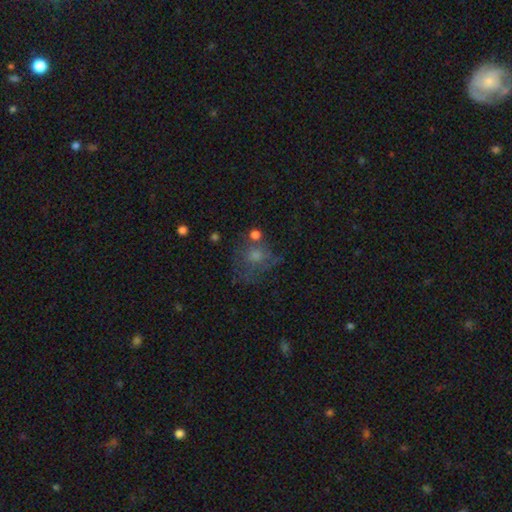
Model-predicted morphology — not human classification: A smooth galaxy with no disk features (57%) that is round (74%).

Vote fractions:
- Smooth or featured? smooth: 57% / featured or disk: 28% / star or artifact: 15%
- How rounded? round: 74% / in between: 24% / cigar-shaped: 1%
- Merging? none: 44% / major disturbance: 24% / minor disturbance: 21% / merger: 11%